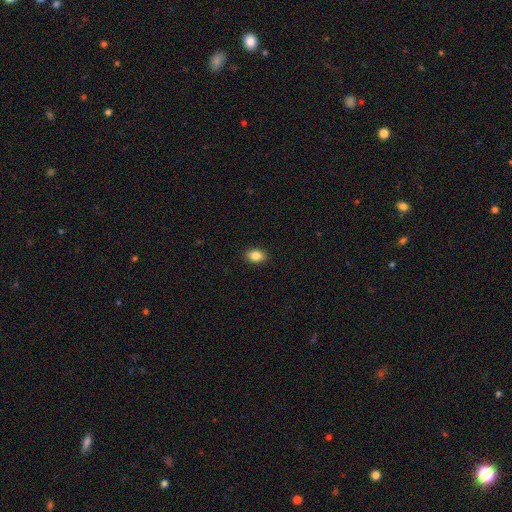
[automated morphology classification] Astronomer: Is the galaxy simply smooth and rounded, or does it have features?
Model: smooth — 87%.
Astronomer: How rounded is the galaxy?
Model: in between — 80%.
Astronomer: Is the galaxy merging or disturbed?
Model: none — 90%.